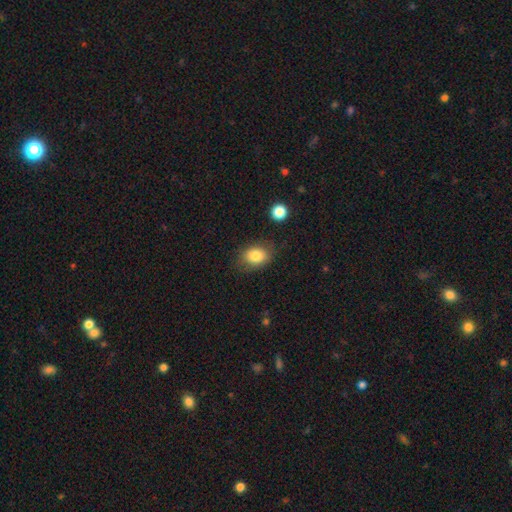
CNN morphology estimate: This appears to be a smooth galaxy with no disk features (82%) that is in between round and cigar-shaped (71%). Merging: none (75%).